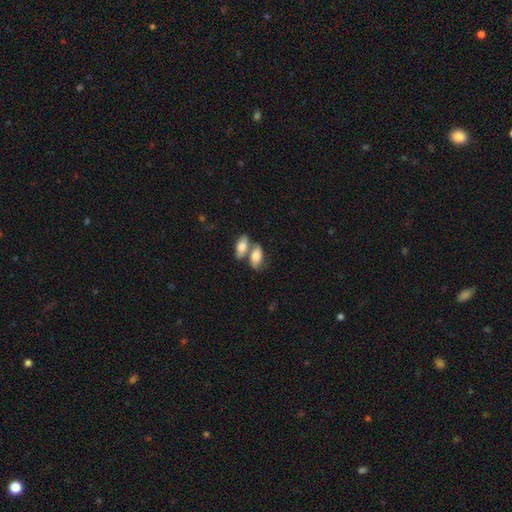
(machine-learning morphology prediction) Overall: smooth (76%). How rounded: in between (89%). Merging: merger (54%; none 29%).